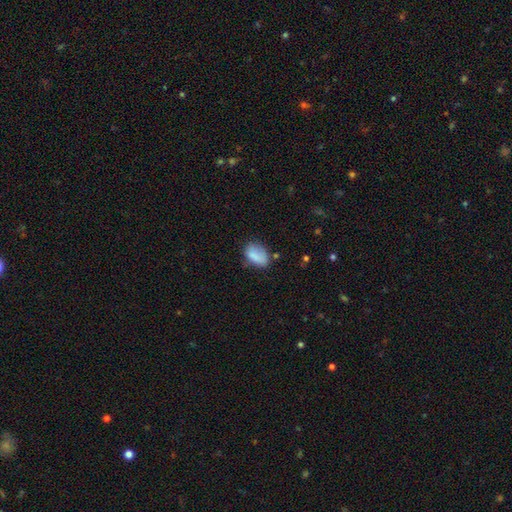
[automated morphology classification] Smooth or featured? Predicted: smooth (p=0.81). How rounded? Predicted: in between (p=0.88). Merging? Predicted: none (p=0.55).